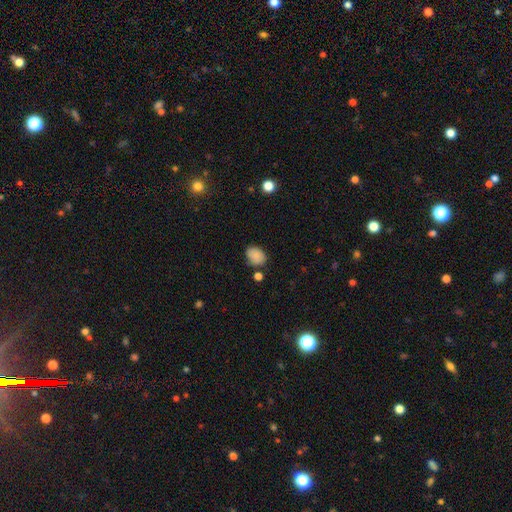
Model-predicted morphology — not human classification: type=smooth (85%); roundness=in between (68%); merging=none (70%).